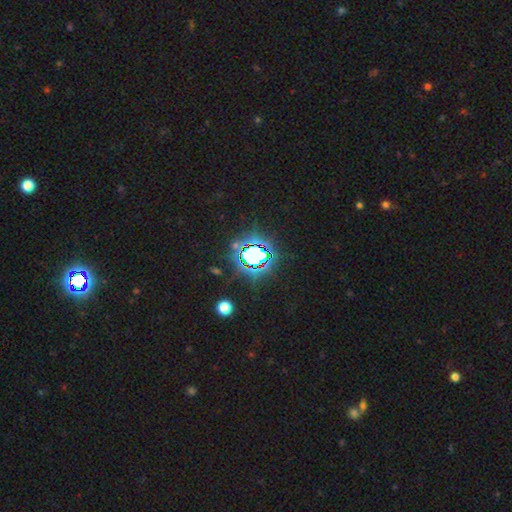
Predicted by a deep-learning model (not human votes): Overall: star or artifact (75%).